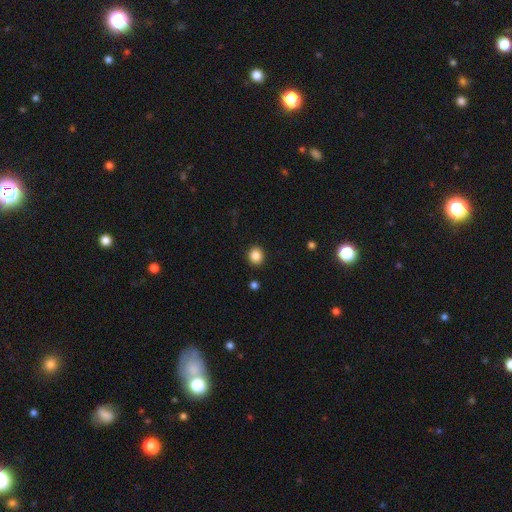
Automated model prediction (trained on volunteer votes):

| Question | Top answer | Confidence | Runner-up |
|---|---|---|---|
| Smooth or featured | smooth | 86% | star or artifact (10%) |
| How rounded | round | 79% | in between (21%) |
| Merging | none | 91% | minor disturbance (6%) |